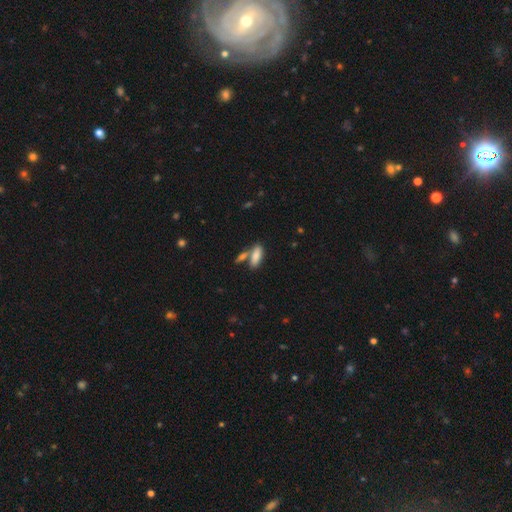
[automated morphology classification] This is clearly a smooth galaxy (83%). How rounded: likely in between (70%). Merging: possibly none (54%).